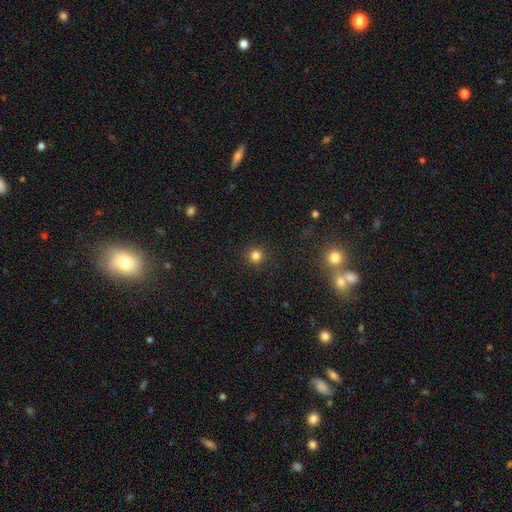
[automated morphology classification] A smooth galaxy with no disk features (82%) that is round (95%). Merging: none (92%).